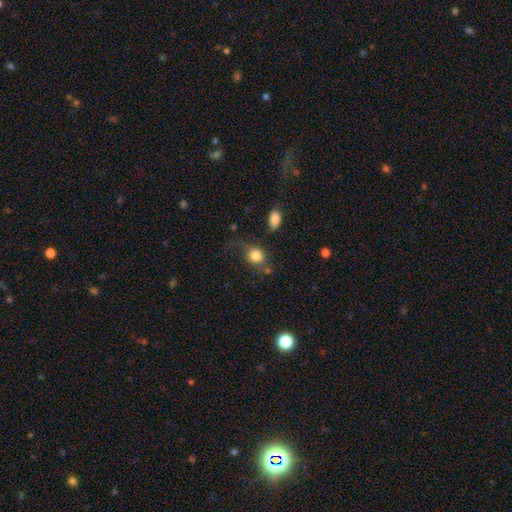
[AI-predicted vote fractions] Overall: smooth (78%). How rounded: round (72%). Merging: none (43%; major disturbance 26%).